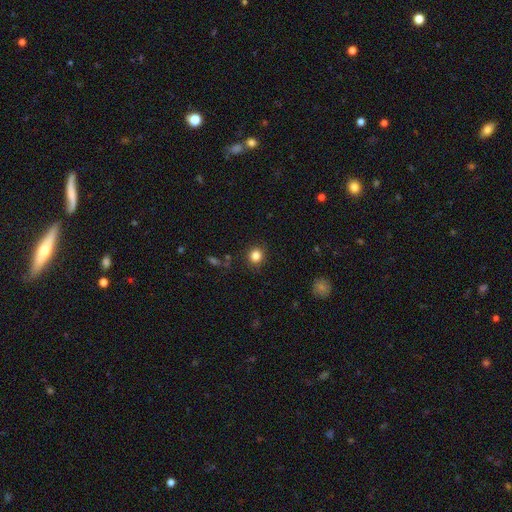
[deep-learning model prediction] The model was most divided on "smooth or featured": smooth: 84%, star or artifact: 12%, featured or disk: 5%. More confident: merging — none (88%); how rounded — round (87%).